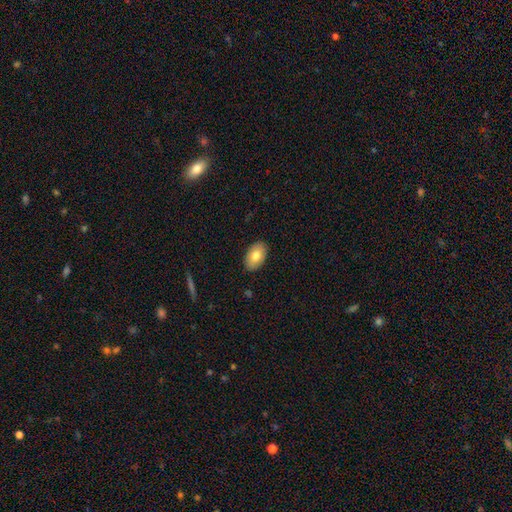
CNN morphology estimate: type=smooth (77%); roundness=in between (93%); merging=none (89%).